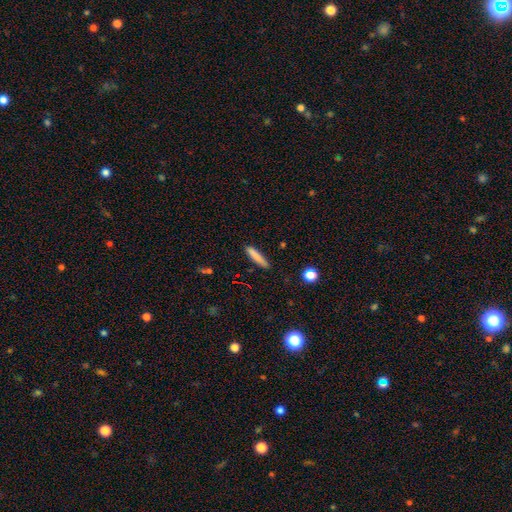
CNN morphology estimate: The model was most divided on "smooth or featured": smooth: 82%, featured or disk: 11%, star or artifact: 7%. More confident: how rounded — cigar-shaped (88%); merging — none (85%).